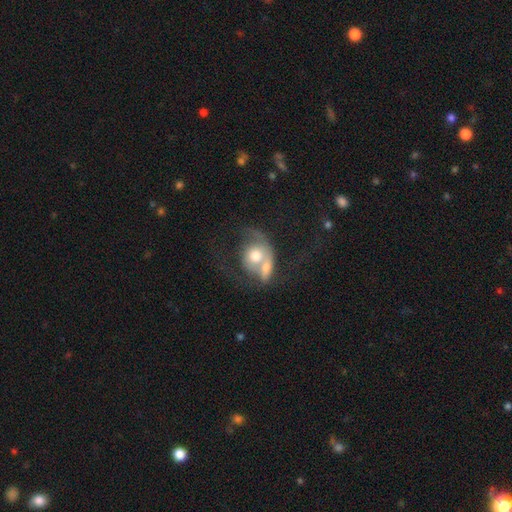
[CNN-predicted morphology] type=smooth (53%); roundness=round (59%); merging=merger (70%).